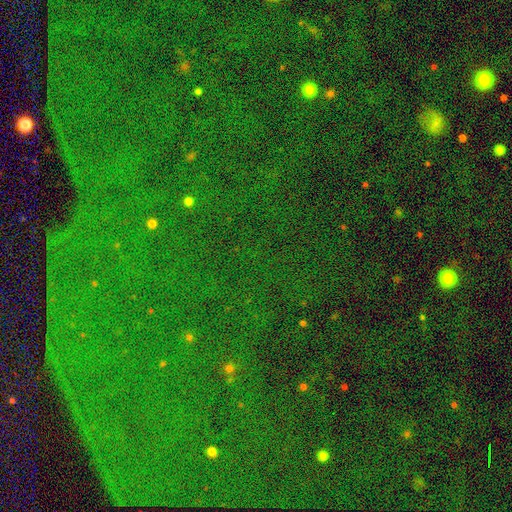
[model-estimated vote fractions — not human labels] A star or artifact, not a galaxy (83%).